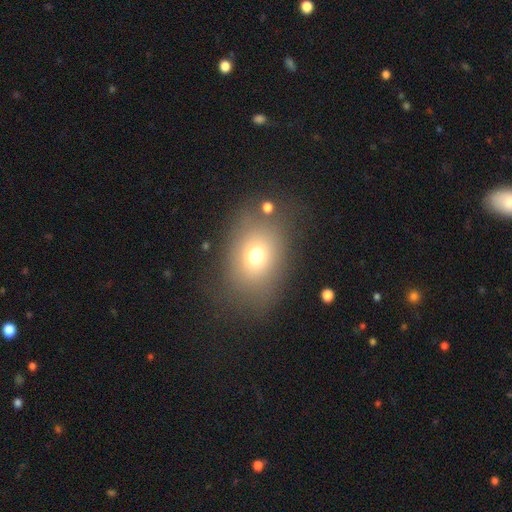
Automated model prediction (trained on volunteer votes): smooth_or_featured: smooth (p=0.70) [alt: star or artifact p=0.15]
how_rounded: in between (p=0.62) [alt: round p=0.36]
merging: none (p=0.72) [alt: minor disturbance p=0.15]